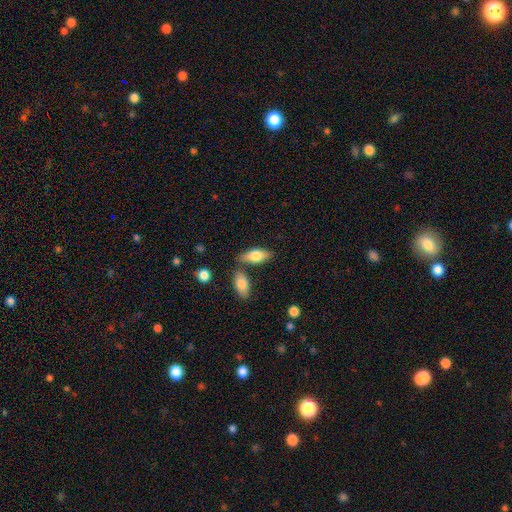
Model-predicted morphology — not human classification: Q: Smooth or featured?
A: smooth (71%); runner-up: featured or disk (23%)
Q: How rounded?
A: in between (80%); runner-up: cigar-shaped (17%)
Q: Merging?
A: none (67%); runner-up: merger (16%)